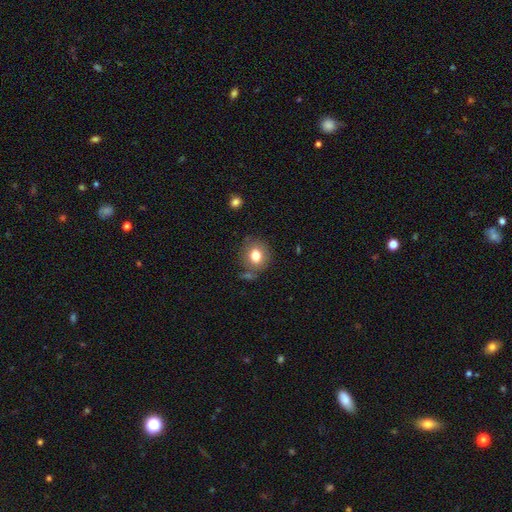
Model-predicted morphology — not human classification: smooth-or-featured: smooth: 77% | featured or disk: 12% | star or artifact: 10%
  how-rounded: round: 73% | in between: 26% | cigar-shaped: 1%
  merging: none: 75% | minor disturbance: 14% | merger: 7% | major disturbance: 5%